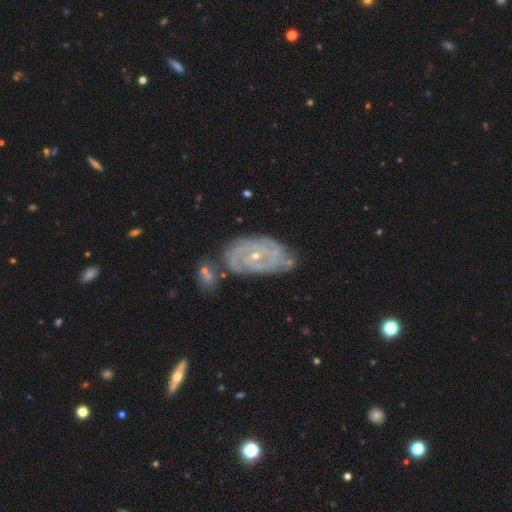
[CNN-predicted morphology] Smooth or featured? Predicted: featured or disk (p=0.85). Edge-on disk? Predicted: no (p=0.95). Bar? Predicted: no (p=0.64). Spiral arms? Predicted: yes (p=0.95). Spiral winding? Predicted: tight (p=0.70). Spiral arm count? Predicted: 2 (p=0.33). Bulge size? Predicted: small (p=0.70). Merging? Predicted: none (p=0.53).